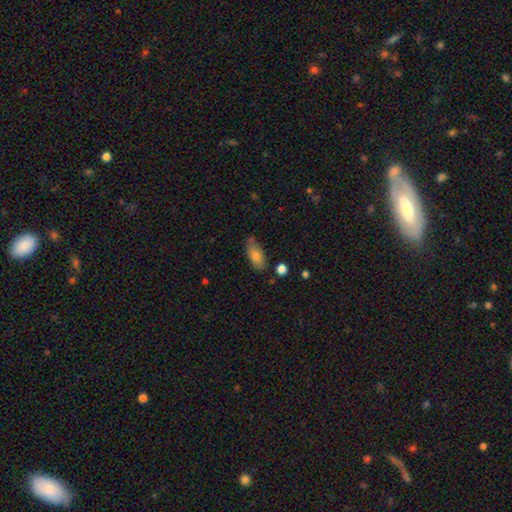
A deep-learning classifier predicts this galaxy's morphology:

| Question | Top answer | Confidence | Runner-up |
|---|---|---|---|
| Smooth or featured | smooth | 76% | featured or disk (16%) |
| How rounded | in between | 84% | cigar-shaped (13%) |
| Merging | none | 73% | minor disturbance (19%) |